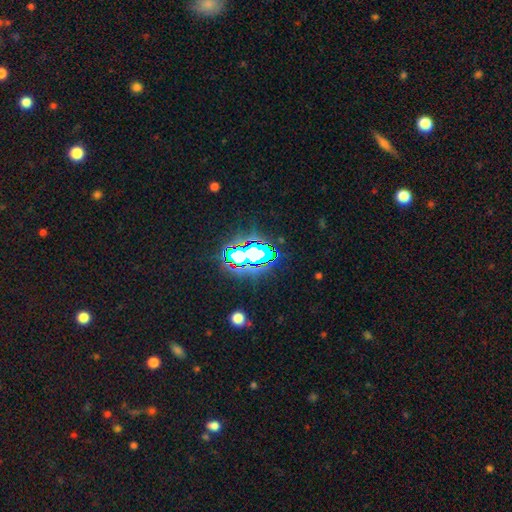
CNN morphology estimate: This appears to be a star or artifact, not a galaxy (80%).